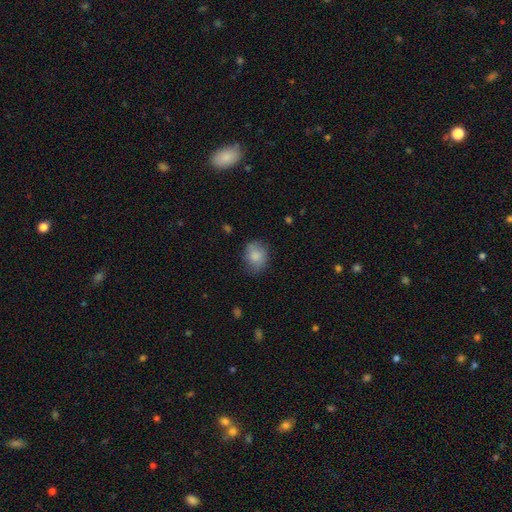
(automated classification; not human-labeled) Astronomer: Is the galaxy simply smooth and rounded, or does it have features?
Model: smooth — 82%.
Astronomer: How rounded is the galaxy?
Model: round — 55% (runner-up: in between, 44%).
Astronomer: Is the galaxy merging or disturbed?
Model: none — 69%.